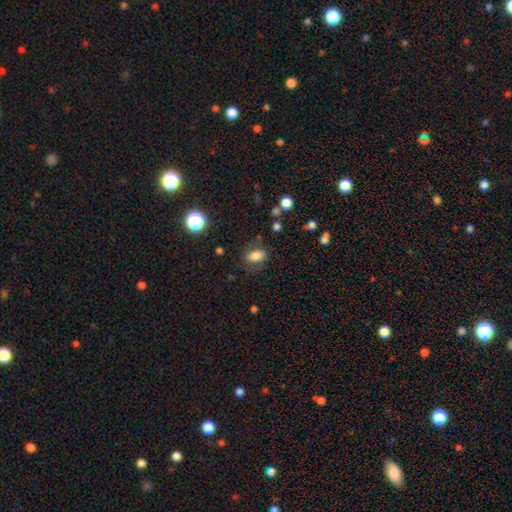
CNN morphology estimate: type=smooth (73%); roundness=in between (79%); merging=none (70%).